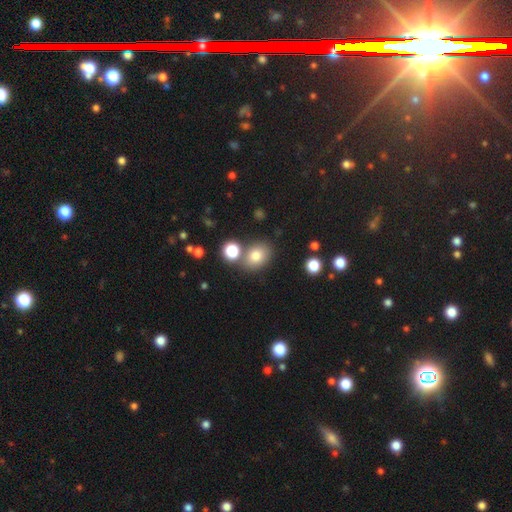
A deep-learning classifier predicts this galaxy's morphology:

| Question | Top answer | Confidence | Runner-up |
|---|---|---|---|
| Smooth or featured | smooth | 78% | star or artifact (13%) |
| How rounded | in between | 54% | round (45%) |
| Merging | none | 71% | merger (14%) |